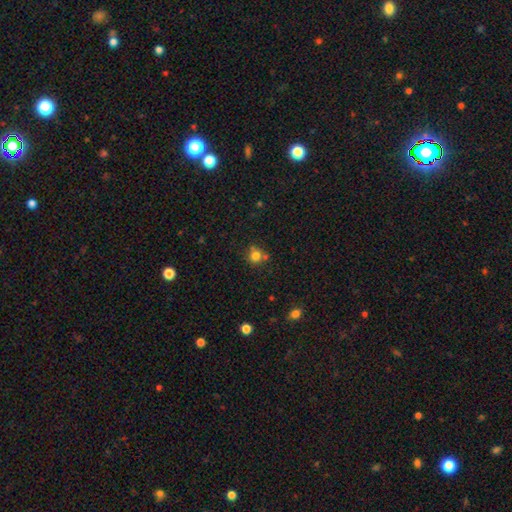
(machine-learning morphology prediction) The model was most divided on "merging": none: 66%, merger: 17%, minor disturbance: 13%, major disturbance: 4%. More confident: how rounded — round (88%); smooth or featured — smooth (78%).